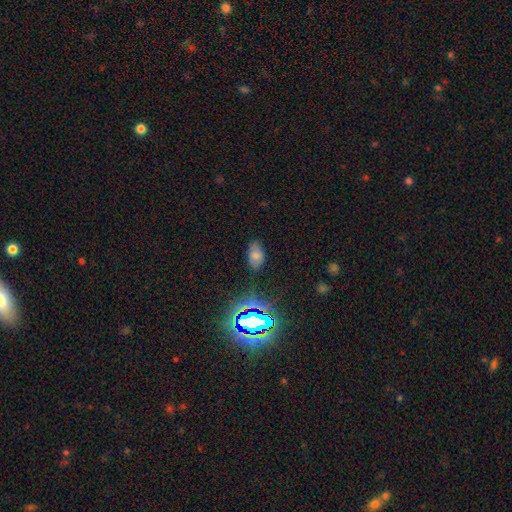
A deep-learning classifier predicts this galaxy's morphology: smooth_or_featured: smooth (p=0.63) [alt: star or artifact p=0.22]
how_rounded: in between (p=0.91) [alt: round p=0.07]
merging: none (p=0.78) [alt: minor disturbance p=0.16]